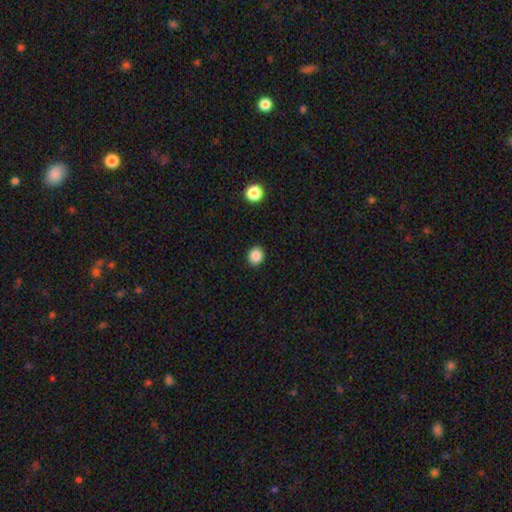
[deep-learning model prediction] Overall: smooth (87%). How rounded: round (71%). Merging: none (91%).